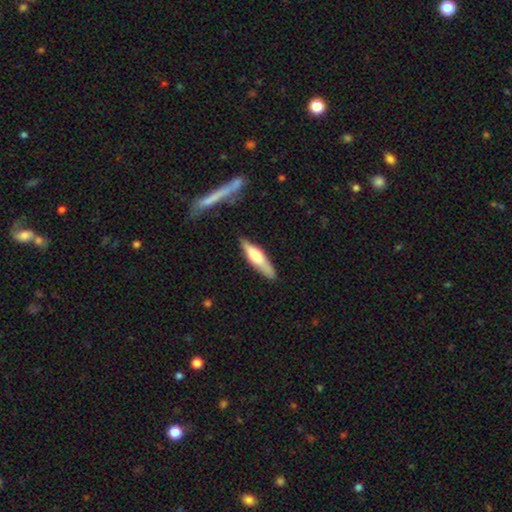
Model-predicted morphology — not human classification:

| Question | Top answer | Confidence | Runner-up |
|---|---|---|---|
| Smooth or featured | smooth | 51% | featured or disk (43%) |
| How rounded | cigar-shaped | 76% | in between (23%) |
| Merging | none | 82% | minor disturbance (13%) |